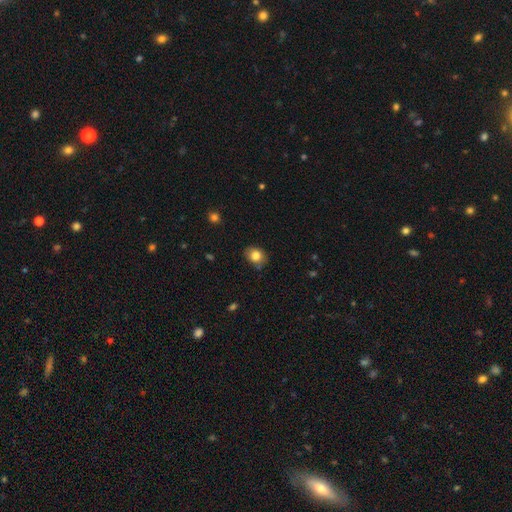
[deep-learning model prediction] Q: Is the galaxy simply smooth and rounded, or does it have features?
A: smooth — 82%.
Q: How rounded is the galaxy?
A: round — 50%.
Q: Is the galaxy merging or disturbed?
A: none — 79%.